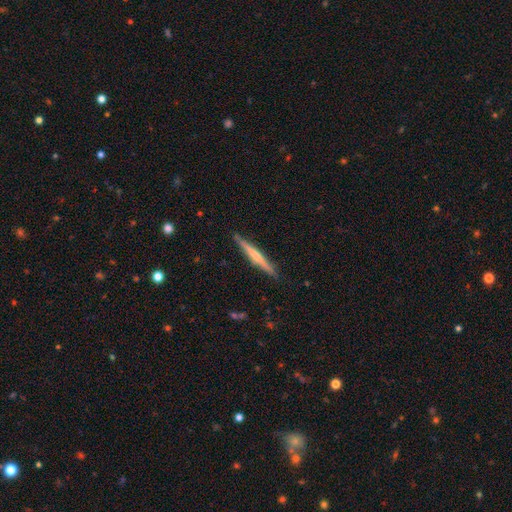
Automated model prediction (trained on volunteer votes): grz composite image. It shows a featured or disk galaxy (56%) viewed edge-on (97%) with no central bulge (54%). Merging: none (89%).